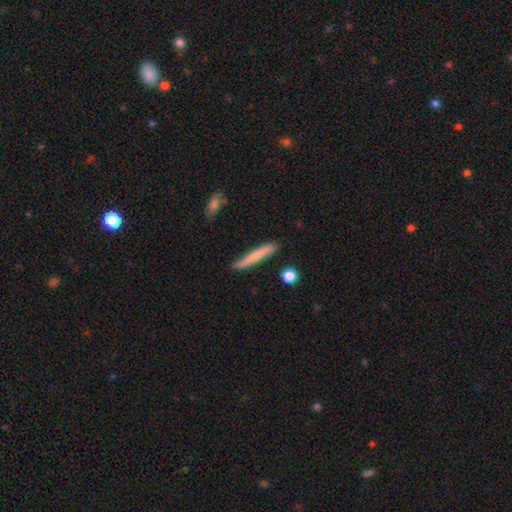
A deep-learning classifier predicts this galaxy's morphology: Q: Smooth or featured?
A: smooth (64%); runner-up: featured or disk (30%)
Q: How rounded?
A: cigar-shaped (94%); runner-up: in between (4%)
Q: Merging?
A: none (87%); runner-up: minor disturbance (9%)